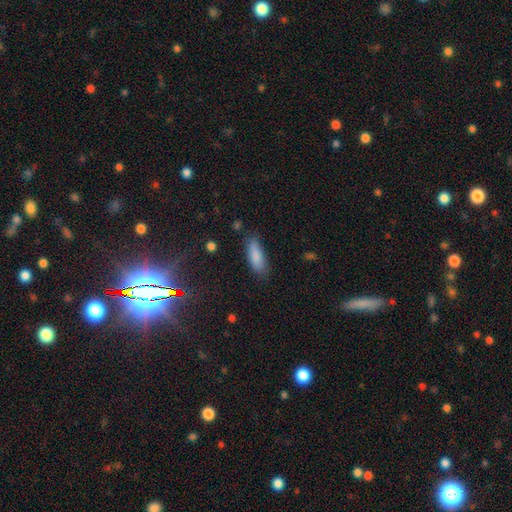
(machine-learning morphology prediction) The model was most divided on "how rounded": in between: 59%, cigar-shaped: 39%, round: 2%. More confident: smooth or featured — smooth (85%); merging — none (77%).